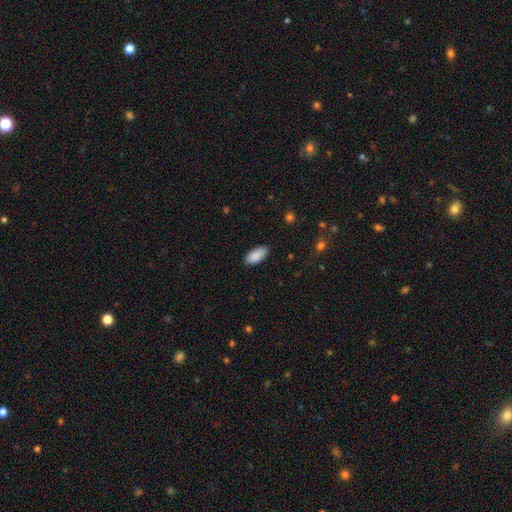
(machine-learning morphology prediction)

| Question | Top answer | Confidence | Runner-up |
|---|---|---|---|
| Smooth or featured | smooth | 90% | star or artifact (6%) |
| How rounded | in between | 91% | cigar-shaped (7%) |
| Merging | none | 86% | minor disturbance (11%) |